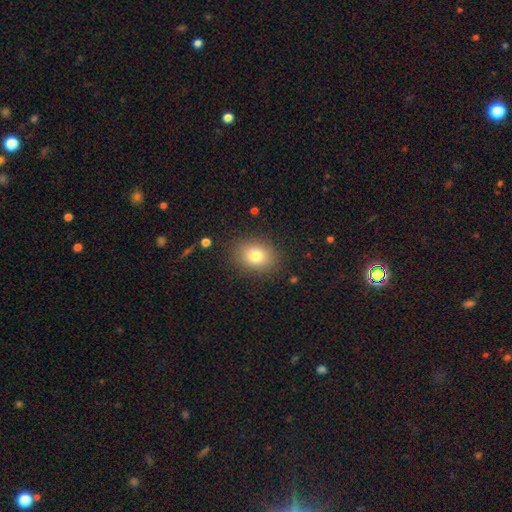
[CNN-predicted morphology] Smooth or featured? Predicted: smooth (p=0.78). How rounded? Predicted: round (p=0.51). Merging? Predicted: none (p=0.86).